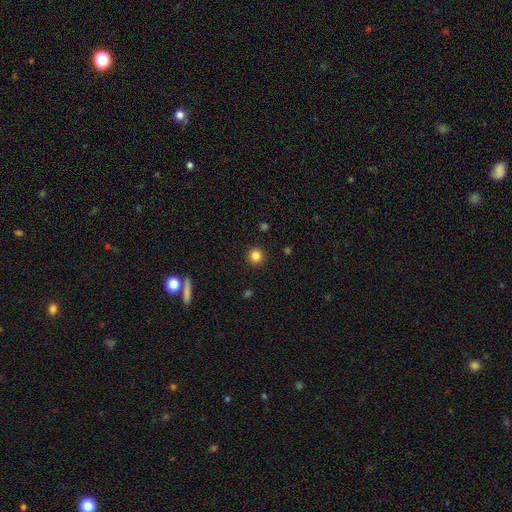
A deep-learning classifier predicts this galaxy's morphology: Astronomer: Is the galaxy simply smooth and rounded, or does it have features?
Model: smooth — 85%.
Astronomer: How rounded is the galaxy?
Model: round — 94%.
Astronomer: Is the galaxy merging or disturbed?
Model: none — 92%.